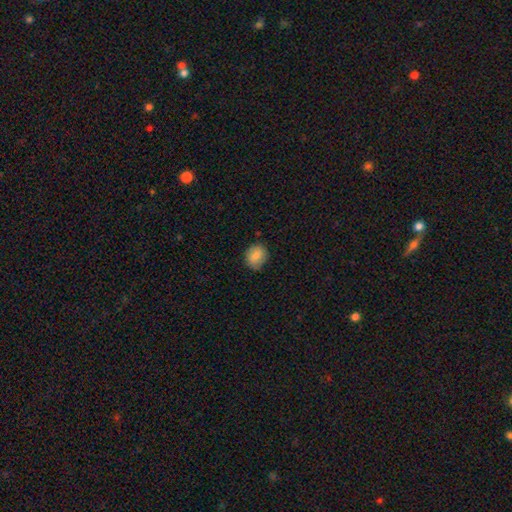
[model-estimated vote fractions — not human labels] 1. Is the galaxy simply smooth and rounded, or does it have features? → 81% smooth, 12% featured or disk, 8% star or artifact.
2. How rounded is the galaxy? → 53% round, 46% in between, 1% cigar-shaped.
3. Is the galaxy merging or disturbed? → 81% none, 15% minor disturbance, 3% major disturbance, 1% merger.